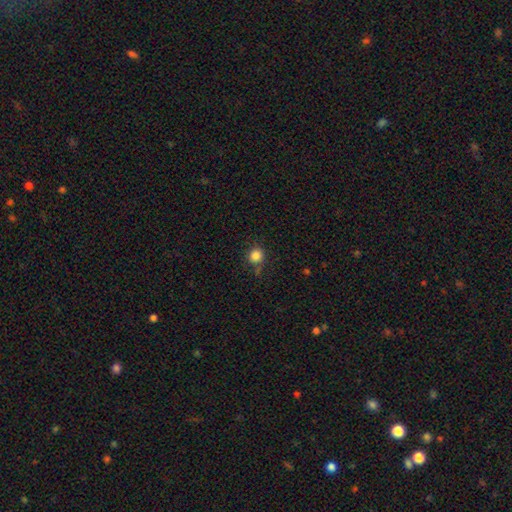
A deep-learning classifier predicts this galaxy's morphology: type=smooth (84%); roundness=round (89%); merging=none (74%).